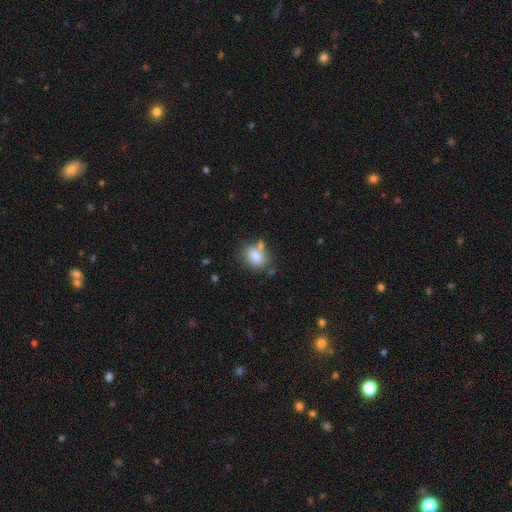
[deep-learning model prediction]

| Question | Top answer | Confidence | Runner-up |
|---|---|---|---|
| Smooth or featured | smooth | 81% | featured or disk (10%) |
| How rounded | in between | 55% | round (43%) |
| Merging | none | 62% | minor disturbance (17%) |